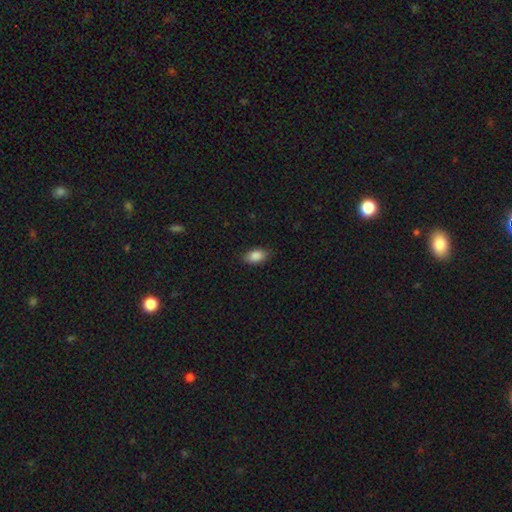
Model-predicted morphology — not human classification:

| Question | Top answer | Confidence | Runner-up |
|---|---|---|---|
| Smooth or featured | smooth | 88% | star or artifact (8%) |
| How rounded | in between | 91% | round (6%) |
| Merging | none | 83% | minor disturbance (13%) |